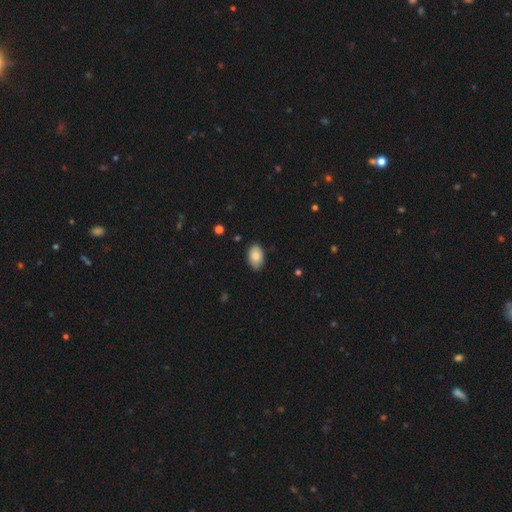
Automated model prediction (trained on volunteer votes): A smooth galaxy with no disk features (84%) that is in between round and cigar-shaped (90%).

Vote fractions:
- Smooth or featured? smooth: 84% / featured or disk: 9% / star or artifact: 7%
- How rounded? in between: 90% / round: 8% / cigar-shaped: 1%
- Merging? none: 82% / minor disturbance: 15% / major disturbance: 2% / merger: 1%